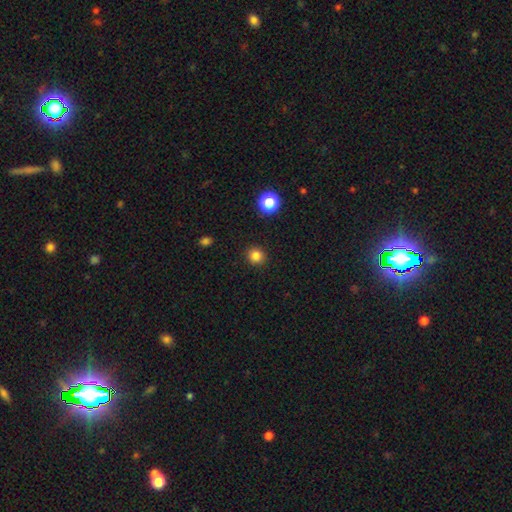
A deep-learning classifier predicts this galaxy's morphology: smooth 84%, star or artifact 13%, featured or disk 4%. Down the decision tree: how rounded — round (93%); merging — none (92%).